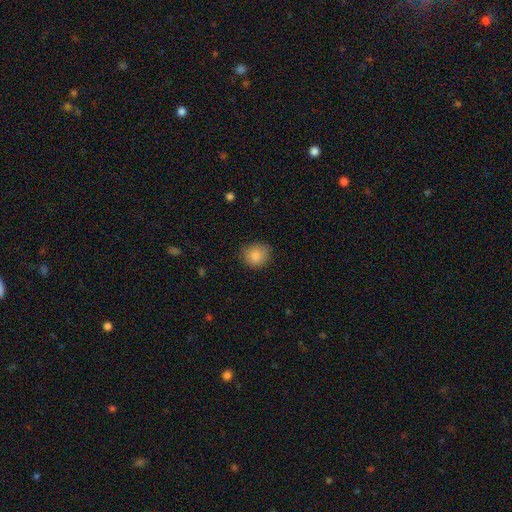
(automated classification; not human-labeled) A smooth galaxy with no disk features (87%) that is round (71%). Merging: none (79%).